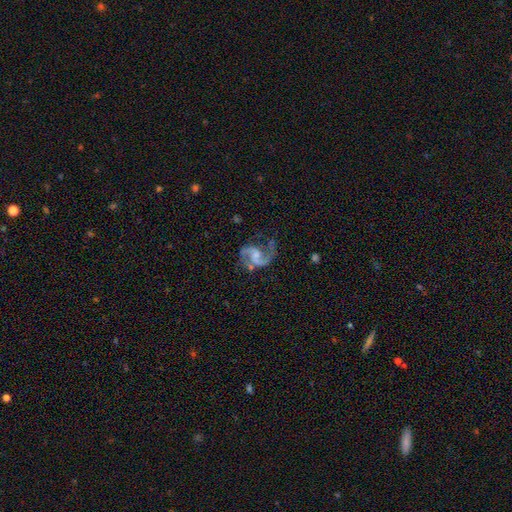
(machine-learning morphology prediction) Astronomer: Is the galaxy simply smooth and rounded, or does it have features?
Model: featured or disk — 90%.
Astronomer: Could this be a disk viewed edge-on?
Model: no — 98%.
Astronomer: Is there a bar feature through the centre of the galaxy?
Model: weak — 44%, tied with no at 44%.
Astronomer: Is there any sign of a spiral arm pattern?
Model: yes — 97%.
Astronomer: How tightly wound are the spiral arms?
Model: medium — 50% (runner-up: loose, 41%).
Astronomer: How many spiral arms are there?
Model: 2 — 90%.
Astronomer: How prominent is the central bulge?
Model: small — 36% (runner-up: moderate, 30%).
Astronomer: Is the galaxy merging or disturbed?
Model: none — 58%.